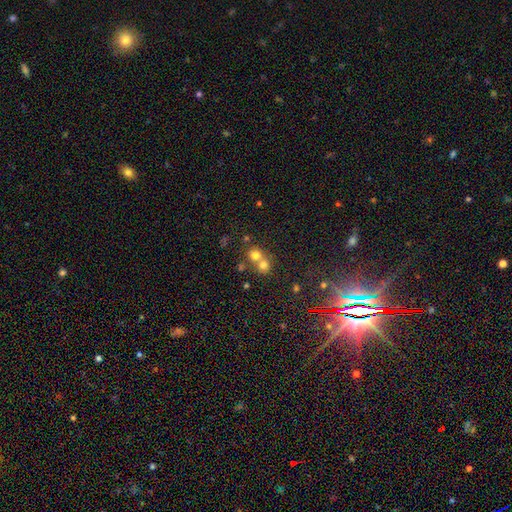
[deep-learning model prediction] A smooth galaxy with no disk features (71%) that is round (84%).

Vote fractions:
- Smooth or featured? smooth: 71% / star or artifact: 16% / featured or disk: 13%
- How rounded? round: 84% / in between: 15% / cigar-shaped: 1%
- Merging? merger: 55% / none: 38% / minor disturbance: 5% / major disturbance: 2%